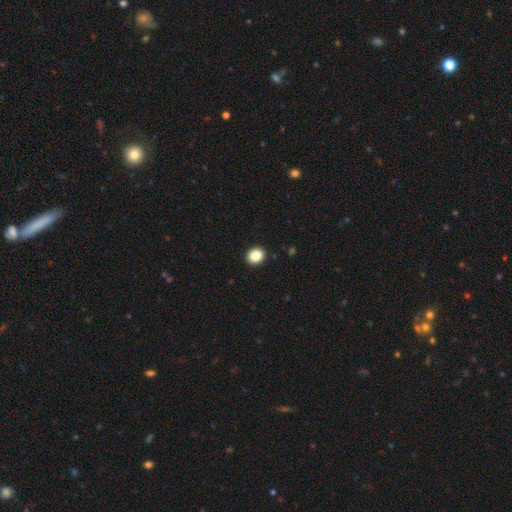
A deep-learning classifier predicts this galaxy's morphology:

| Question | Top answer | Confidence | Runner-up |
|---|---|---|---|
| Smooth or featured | smooth | 87% | star or artifact (9%) |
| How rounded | round | 62% | in between (37%) |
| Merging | none | 92% | minor disturbance (5%) |